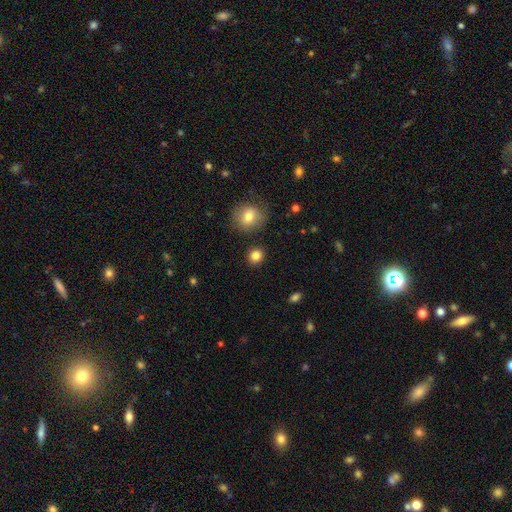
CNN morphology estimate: smooth_or_featured: smooth (p=0.85) [alt: star or artifact p=0.11]
how_rounded: round (p=0.80) [alt: in between p=0.19]
merging: none (p=0.89) [alt: minor disturbance p=0.07]